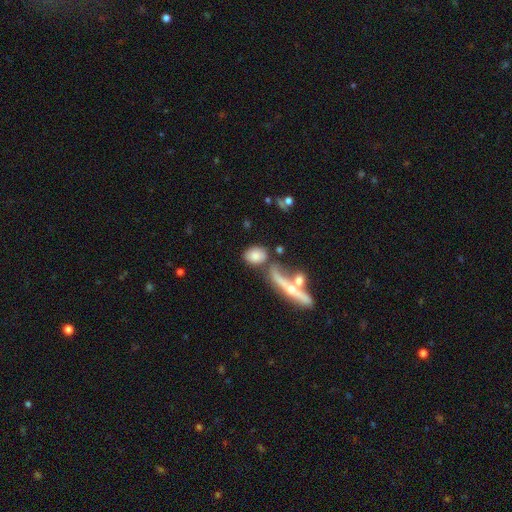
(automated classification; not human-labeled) Smooth or featured?
  - smooth: 72% *
  - featured or disk: 20%
  - star or artifact: 9%
How rounded?
  - in between: 69% *
  - round: 24%
  - cigar-shaped: 7%
Merging?
  - none: 54% *
  - merger: 22%
  - minor disturbance: 15%
  - major disturbance: 8%